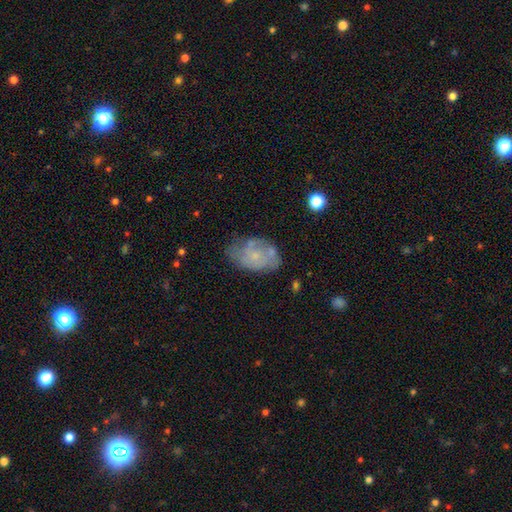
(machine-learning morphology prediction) smooth-or-featured: featured or disk: 52% | smooth: 39% | star or artifact: 9%
  disk-edge-on: no: 97% | yes: 3%
  merging: none: 54% | minor disturbance: 29% | major disturbance: 12% | merger: 6%